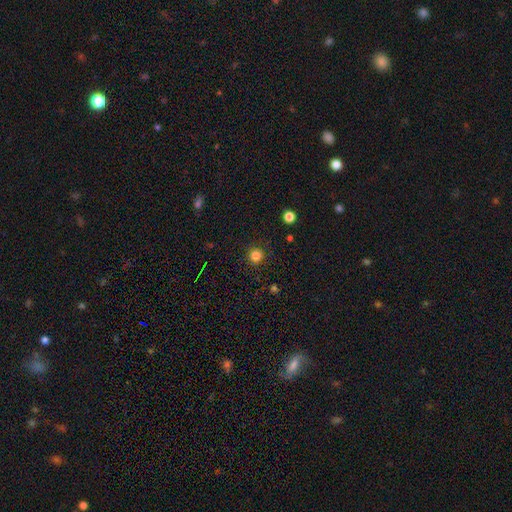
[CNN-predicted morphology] Q: Smooth or featured?
A: smooth (83%); runner-up: star or artifact (13%)
Q: How rounded?
A: round (95%); runner-up: in between (4%)
Q: Merging?
A: none (91%); runner-up: minor disturbance (5%)